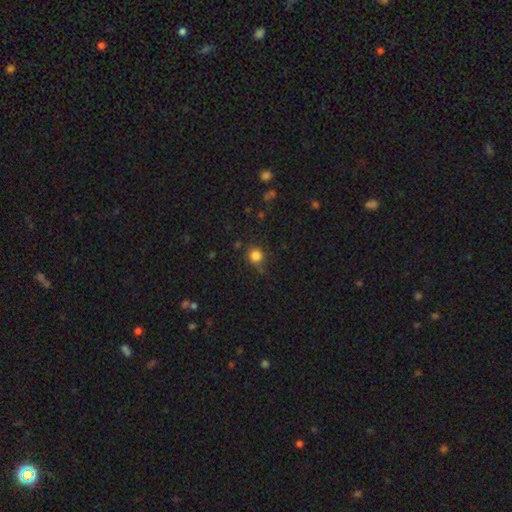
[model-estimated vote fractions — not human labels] A smooth galaxy with no disk features (83%) that is round (92%). Merging: none (79%).